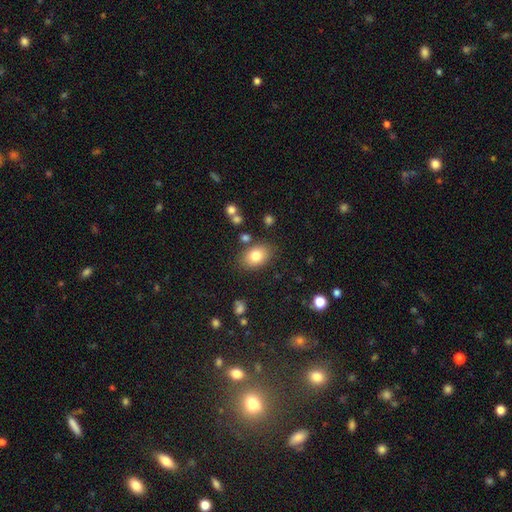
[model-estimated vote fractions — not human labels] This is likely a smooth galaxy (79%). How rounded: likely in between (80%). Merging: clearly none (81%).